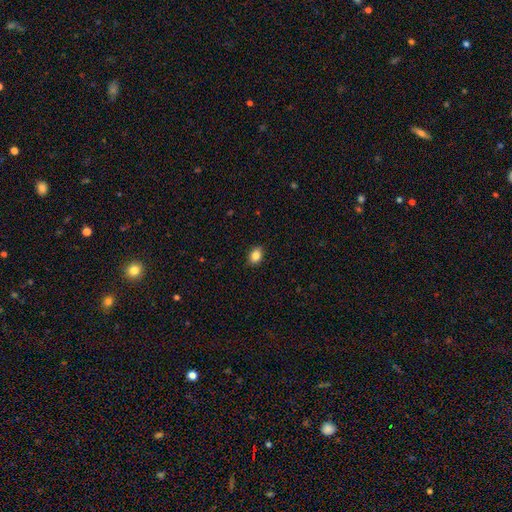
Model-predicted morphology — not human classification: Q: Smooth or featured?
A: smooth (85%); runner-up: star or artifact (9%)
Q: How rounded?
A: in between (71%); runner-up: round (28%)
Q: Merging?
A: none (87%); runner-up: minor disturbance (10%)